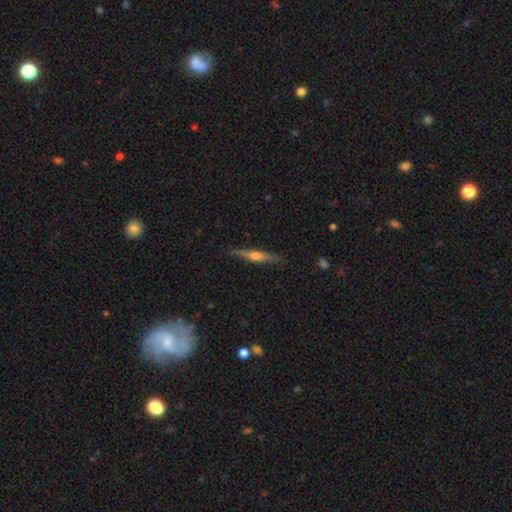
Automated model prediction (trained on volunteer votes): smooth-or-featured: featured or disk: 65% | smooth: 29% | star or artifact: 6%
  disk-edge-on: yes: 97% | no: 3%
    edge-on-bulge: rounded: 85% | boxy: 9% | none: 6%
  merging: none: 86% | minor disturbance: 10% | major disturbance: 2% | merger: 1%